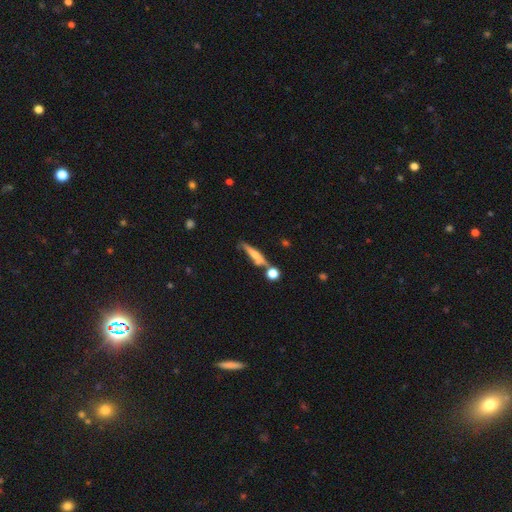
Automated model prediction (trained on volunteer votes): smooth_or_featured: smooth (p=0.48) [alt: featured or disk p=0.43]
merging: none (p=0.57) [alt: minor disturbance p=0.18]